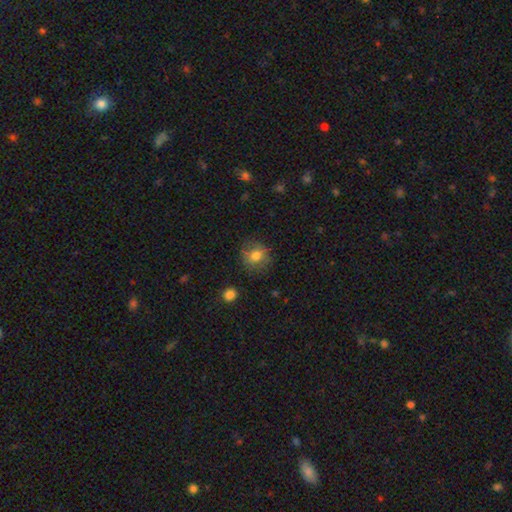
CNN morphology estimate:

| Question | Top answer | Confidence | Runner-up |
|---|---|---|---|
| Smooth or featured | smooth | 72% | featured or disk (17%) |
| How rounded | round | 78% | in between (21%) |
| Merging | none | 78% | minor disturbance (16%) |